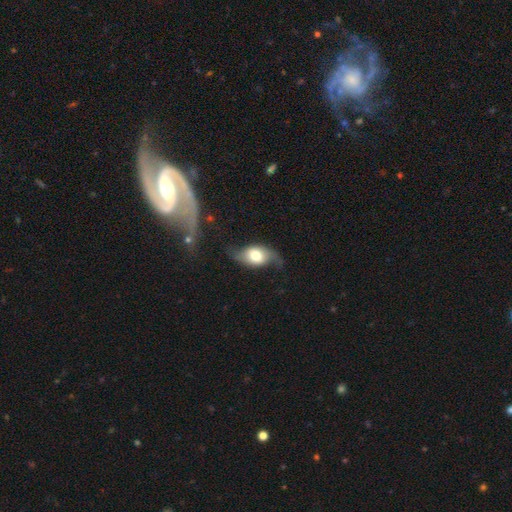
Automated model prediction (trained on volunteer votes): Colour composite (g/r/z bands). It shows a featured or disk galaxy (54%). Merging: none (55%).